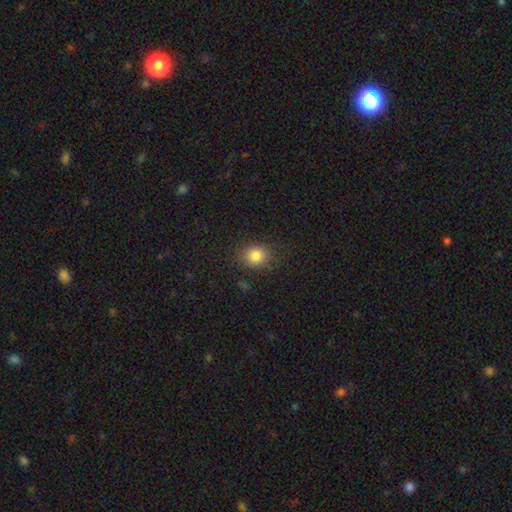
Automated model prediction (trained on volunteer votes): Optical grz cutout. It shows a smooth galaxy with no disk features (83%) that is round (74%). Merging: none (85%).